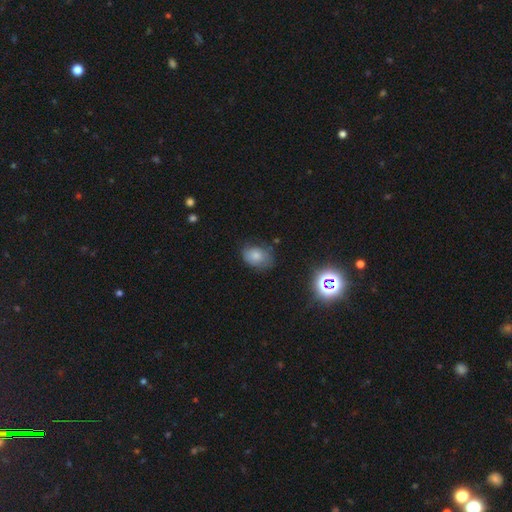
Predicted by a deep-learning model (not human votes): This is likely a smooth galaxy (71%). How rounded: likely in between (76%). Merging: likely none (66%).